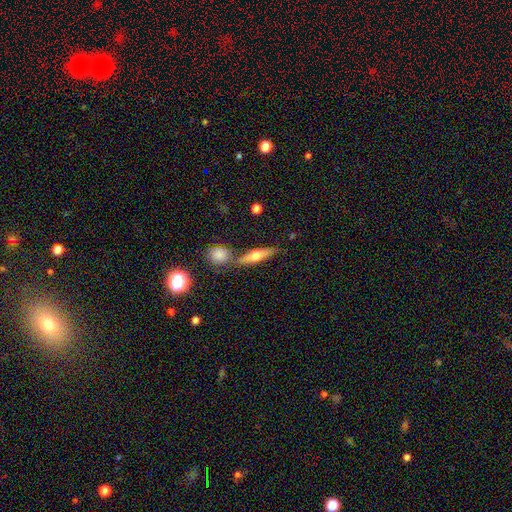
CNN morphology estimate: smooth_or_featured: featured or disk (p=0.52) [alt: smooth p=0.40]
disk_edge_on: yes (p=0.92) [alt: no p=0.08]
merging: none (p=0.70) [alt: merger p=0.16]